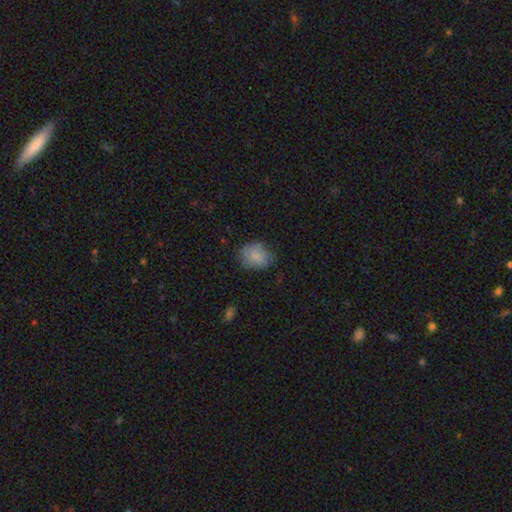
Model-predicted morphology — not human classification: A smooth galaxy with no disk features (83%) that is round (52%). Merging: none (69%).